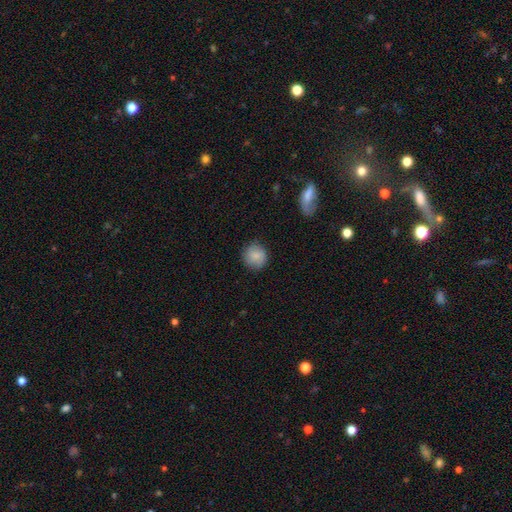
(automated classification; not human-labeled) Overall: smooth (83%). How rounded: round (90%). Merging: none (84%).